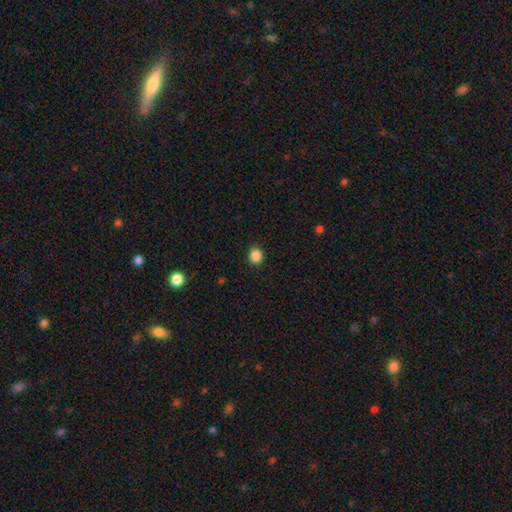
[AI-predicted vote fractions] Overall: smooth (86%). How rounded: round (78%). Merging: none (89%).